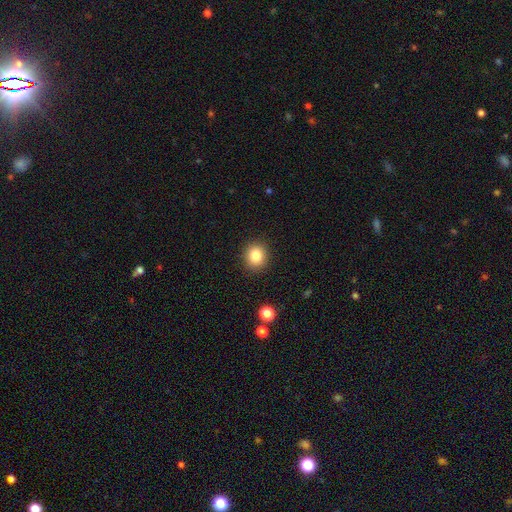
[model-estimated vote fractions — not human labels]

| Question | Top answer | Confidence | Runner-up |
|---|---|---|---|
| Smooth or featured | smooth | 84% | star or artifact (10%) |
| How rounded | round | 80% | in between (20%) |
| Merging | none | 90% | minor disturbance (7%) |